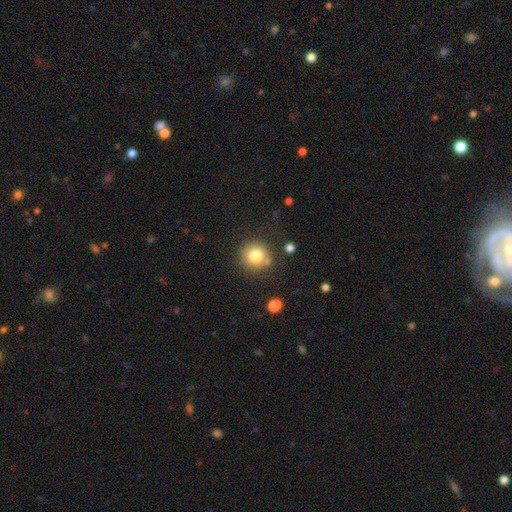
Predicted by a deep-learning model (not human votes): Overall: smooth (78%). How rounded: round (93%). Merging: none (79%).